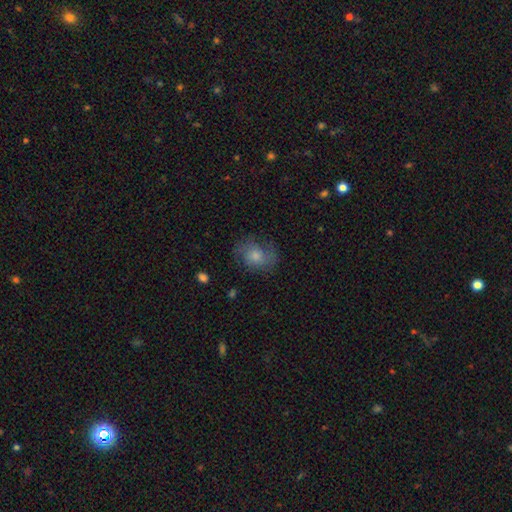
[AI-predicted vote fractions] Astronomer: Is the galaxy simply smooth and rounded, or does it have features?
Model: smooth — 56% (runner-up: featured or disk, 34%).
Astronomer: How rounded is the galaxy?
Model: round — 50% (runner-up: in between, 49%).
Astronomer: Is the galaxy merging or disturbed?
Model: none — 65%.